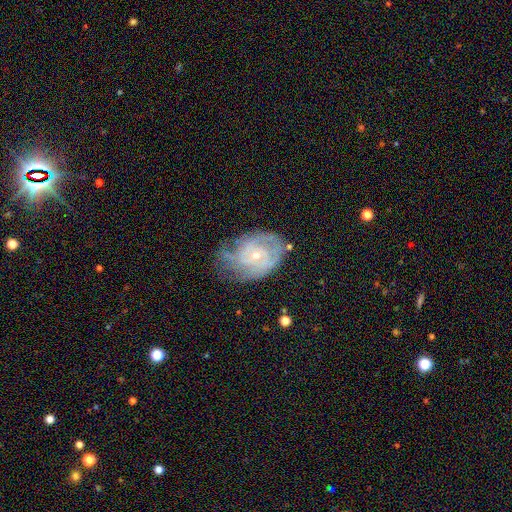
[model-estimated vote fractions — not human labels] A featured or disk galaxy (80%) with no bar (71%), tight (60%) spiral arms (89%) and a small central bulge (73%).

Vote fractions:
- Smooth or featured? featured or disk: 80% / smooth: 14% / star or artifact: 7%
- Edge-on disk? no: 97% / yes: 3%
- Bar? no: 71% / weak: 24% / strong: 4%
- Spiral arms? yes: 89% / no: 11%
- Spiral winding? tight: 60% / medium: 31% / loose: 9%
- Spiral arm count? can't tell: 42% / 2: 22% / 3: 18% / 4: 9% / 1: 6% / more than 4: 5%
- Bulge size? small: 73% / moderate: 24% / none: 1% / large: 1% / dominant: 1%
- Merging? none: 50% / minor disturbance: 30% / major disturbance: 17% / merger: 2%